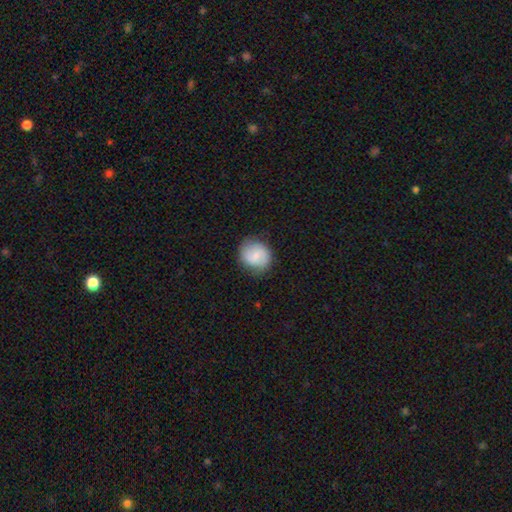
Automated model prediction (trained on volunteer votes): smooth-or-featured: smooth: 62% | featured or disk: 32% | star or artifact: 7%
  how-rounded: round: 84% | in between: 15% | cigar-shaped: 1%
  merging: none: 81% | minor disturbance: 14% | major disturbance: 4% | merger: 1%